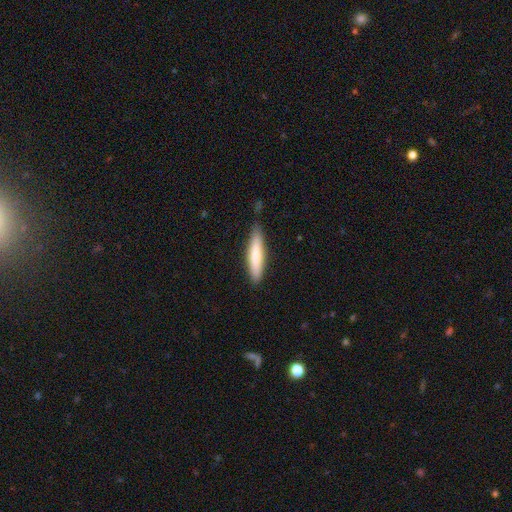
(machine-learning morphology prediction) A smooth galaxy with no disk features (77%) that is cigar-shaped (84%).

Vote fractions:
- Smooth or featured? smooth: 77% / featured or disk: 18% / star or artifact: 5%
- How rounded? cigar-shaped: 84% / in between: 14% / round: 1%
- Merging? none: 82% / minor disturbance: 14% / major disturbance: 2% / merger: 2%